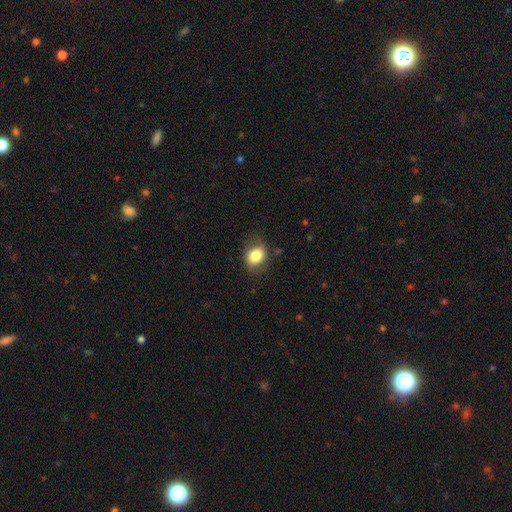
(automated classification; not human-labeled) Smooth or featured? Predicted: smooth (p=0.82). How rounded? Predicted: in between (p=0.58). Merging? Predicted: none (p=0.74).